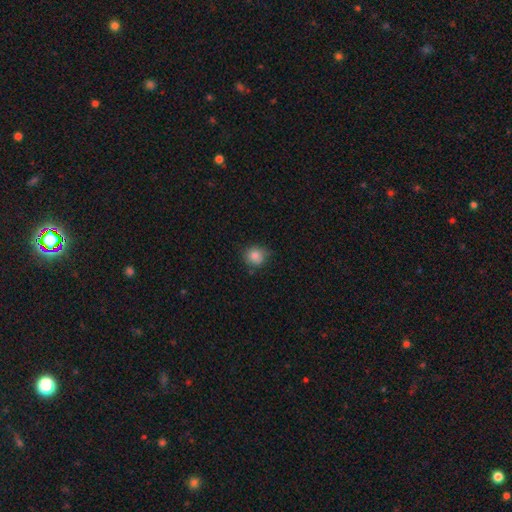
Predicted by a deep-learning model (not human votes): smooth-or-featured: smooth: 85% | star or artifact: 10% | featured or disk: 5%
  how-rounded: round: 85% | in between: 14% | cigar-shaped: 1%
  merging: none: 74% | minor disturbance: 20% | major disturbance: 4% | merger: 2%